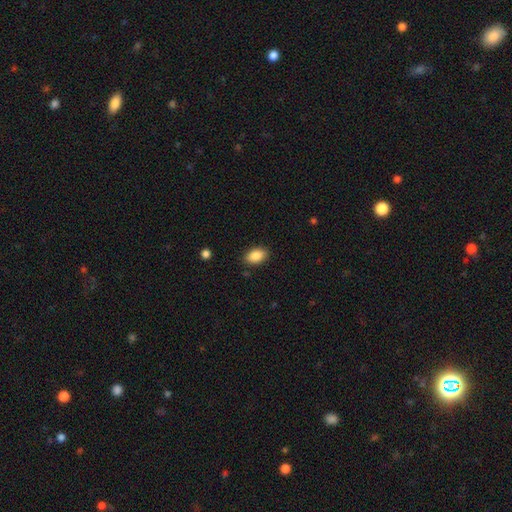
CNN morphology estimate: This is clearly a smooth galaxy (88%). How rounded: clearly in between (90%). Merging: clearly none (88%).